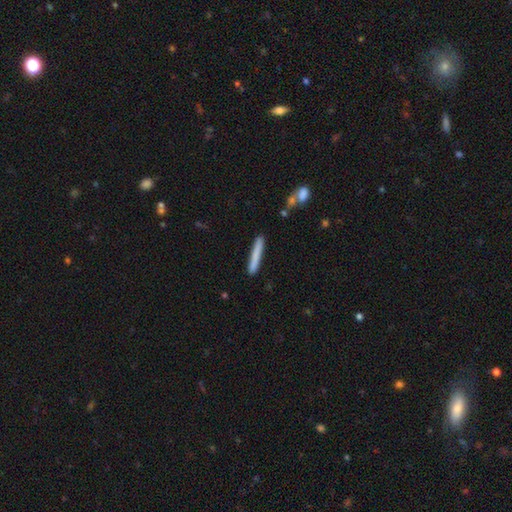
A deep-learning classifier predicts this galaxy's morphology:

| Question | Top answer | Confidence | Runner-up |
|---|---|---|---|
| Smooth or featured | smooth | 77% | featured or disk (18%) |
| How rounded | cigar-shaped | 96% | in between (3%) |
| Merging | none | 89% | minor disturbance (8%) |